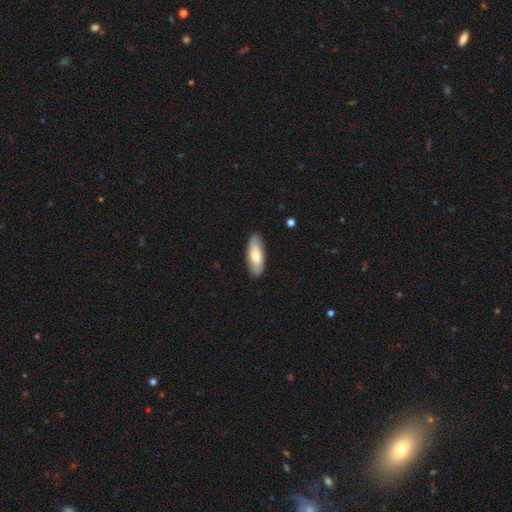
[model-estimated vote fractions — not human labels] smooth-or-featured: smooth: 70% | featured or disk: 25% | star or artifact: 5%
  how-rounded: in between: 75% | cigar-shaped: 23% | round: 2%
  merging: none: 87% | minor disturbance: 10% | major disturbance: 2% | merger: 1%